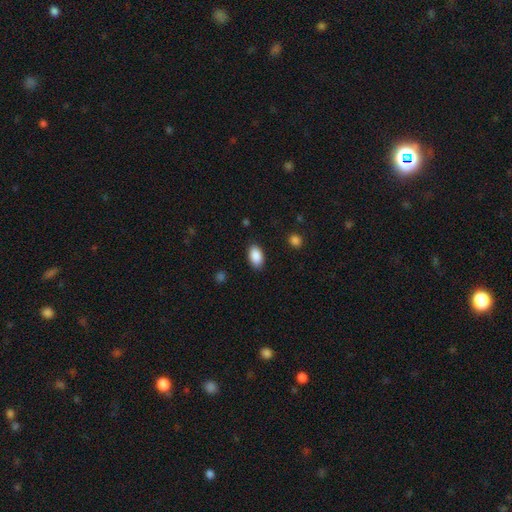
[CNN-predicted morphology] A smooth galaxy with no disk features (90%) that is in between round and cigar-shaped (93%).

Vote fractions:
- Smooth or featured? smooth: 90% / star or artifact: 7% / featured or disk: 4%
- How rounded? in between: 93% / round: 5% / cigar-shaped: 2%
- Merging? none: 87% / minor disturbance: 10% / major disturbance: 2% / merger: 1%